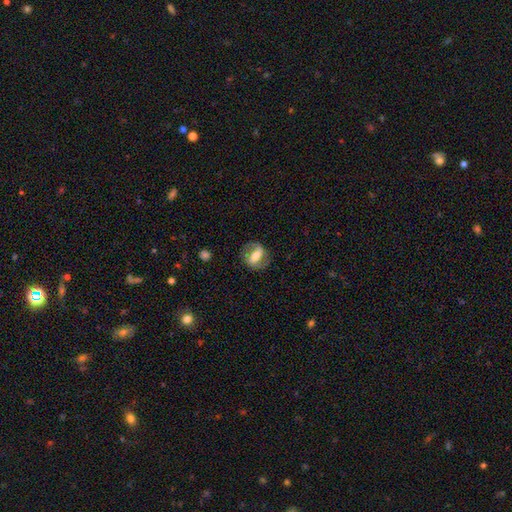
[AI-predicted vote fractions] Overall: featured or disk (67%). Edge-on disk: no (92%). Bar: strong (57%; weak 29%). Spiral arms: yes (79%). Bulge size: moderate (63%). Merging: none (78%).